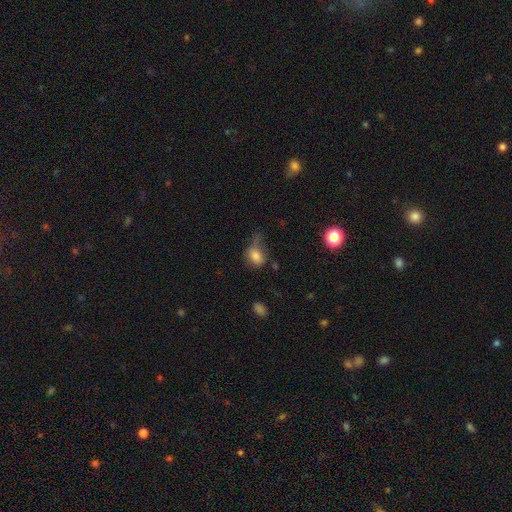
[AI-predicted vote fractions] This is likely a smooth galaxy (76%). How rounded: likely in between (68%). Merging: marginally major disturbance (36%).